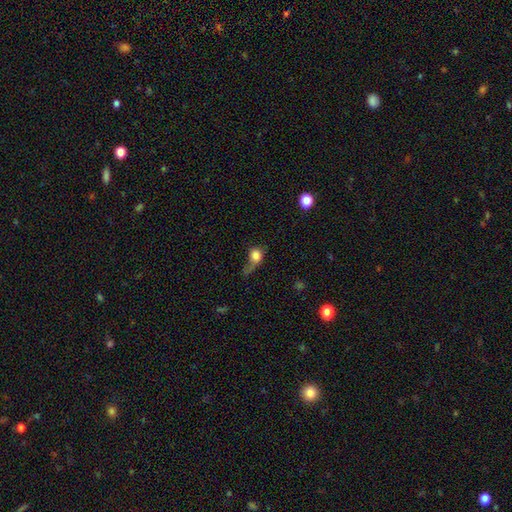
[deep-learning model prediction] Smooth or featured? Predicted: smooth (p=0.76). How rounded? Predicted: round (p=0.66). Merging? Predicted: major disturbance (p=0.45).